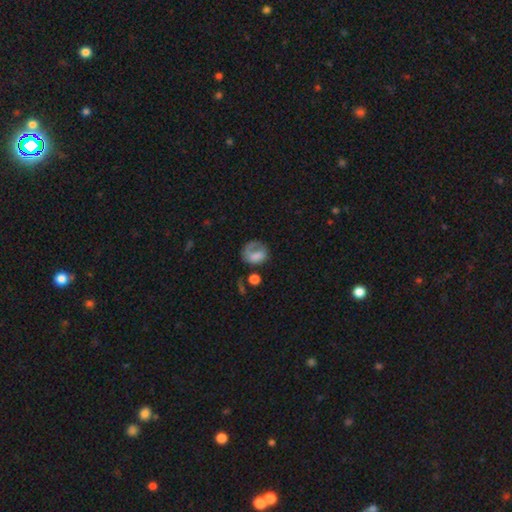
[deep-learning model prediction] A smooth galaxy with no disk features (61%) that is round (58%). Merging: none (38%).